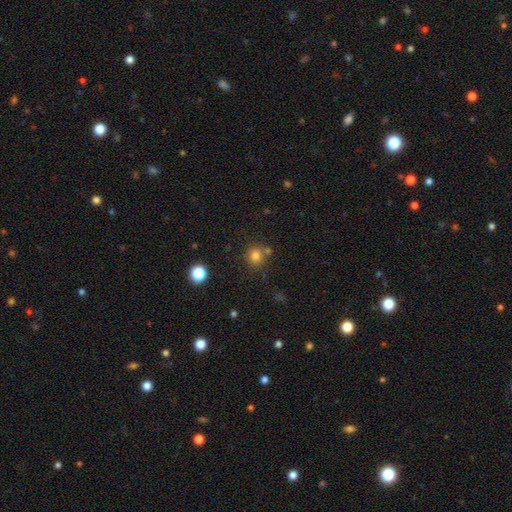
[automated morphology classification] Smooth or featured?
  - smooth: 79% *
  - star or artifact: 15%
  - featured or disk: 7%
How rounded?
  - round: 90% *
  - in between: 9%
  - cigar-shaped: 1%
Merging?
  - none: 71% *
  - merger: 14%
  - minor disturbance: 10%
  - major disturbance: 4%